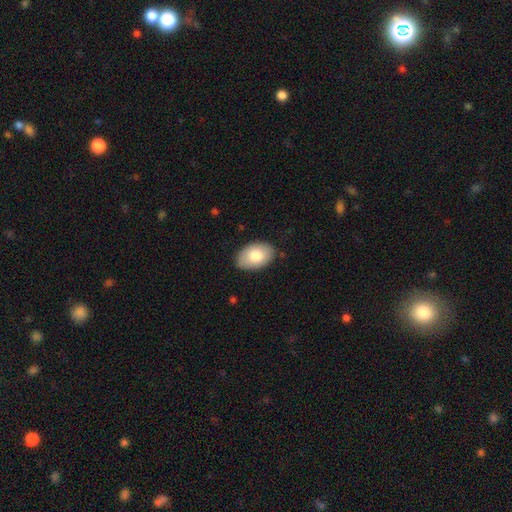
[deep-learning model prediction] smooth-or-featured: smooth: 76% | featured or disk: 18% | star or artifact: 6%
  how-rounded: in between: 91% | round: 8% | cigar-shaped: 1%
  merging: none: 84% | minor disturbance: 12% | major disturbance: 2% | merger: 1%